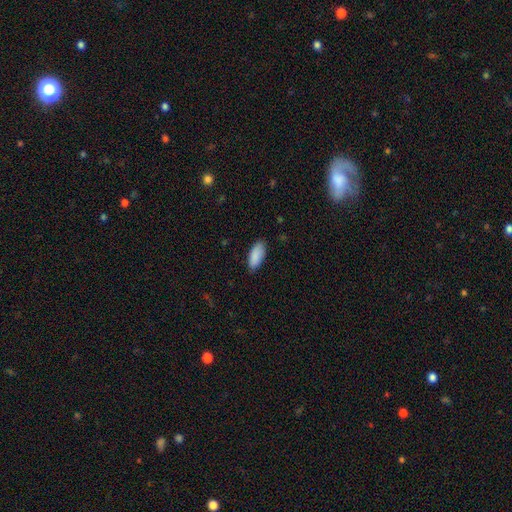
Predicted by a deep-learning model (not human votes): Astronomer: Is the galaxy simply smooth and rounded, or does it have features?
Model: smooth — 89%.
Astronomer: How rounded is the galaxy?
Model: in between — 88%.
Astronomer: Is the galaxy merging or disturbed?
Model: none — 84%.